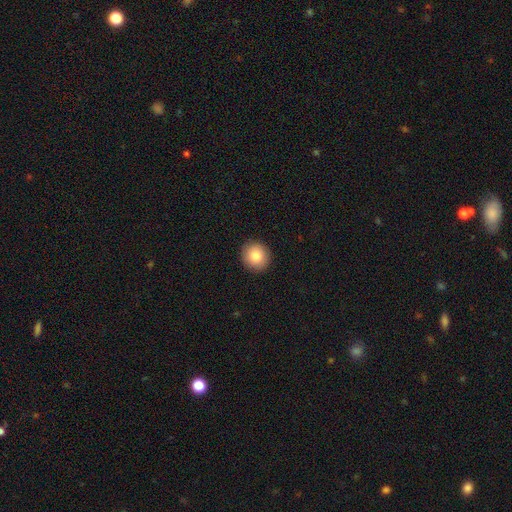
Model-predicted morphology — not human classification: A smooth galaxy with no disk features (84%) that is round (89%).

Vote fractions:
- Smooth or featured? smooth: 84% / star or artifact: 8% / featured or disk: 7%
- How rounded? round: 89% / in between: 10% / cigar-shaped: 1%
- Merging? none: 92% / minor disturbance: 5% / major disturbance: 2% / merger: 1%